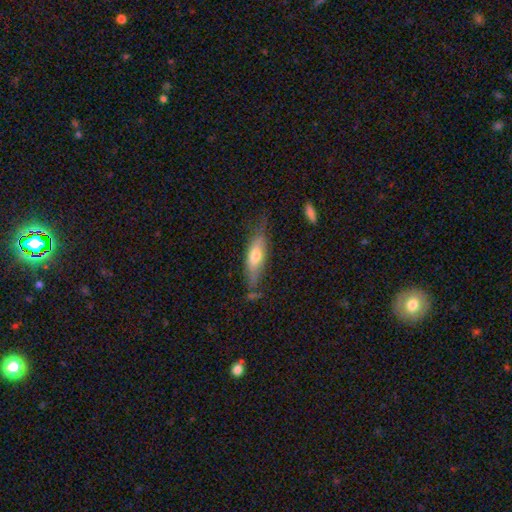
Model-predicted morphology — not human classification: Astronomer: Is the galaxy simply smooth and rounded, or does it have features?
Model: smooth — 61%.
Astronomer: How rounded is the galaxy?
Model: in between — 55% (runner-up: cigar-shaped, 42%).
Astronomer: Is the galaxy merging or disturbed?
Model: none — 60%.